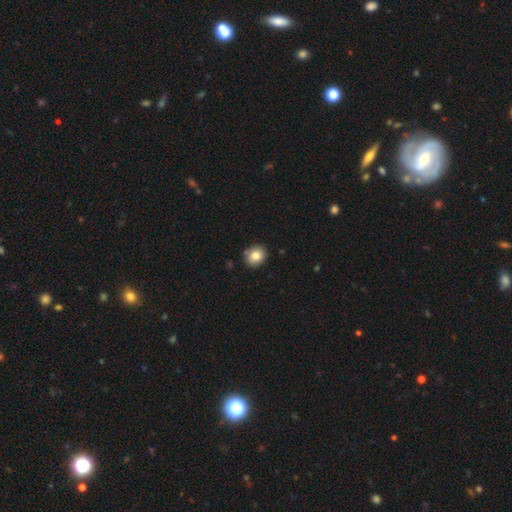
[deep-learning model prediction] The model was most divided on "how rounded": round: 74%, in between: 25%, cigar-shaped: 1%. More confident: merging — none (84%); smooth or featured — smooth (82%).